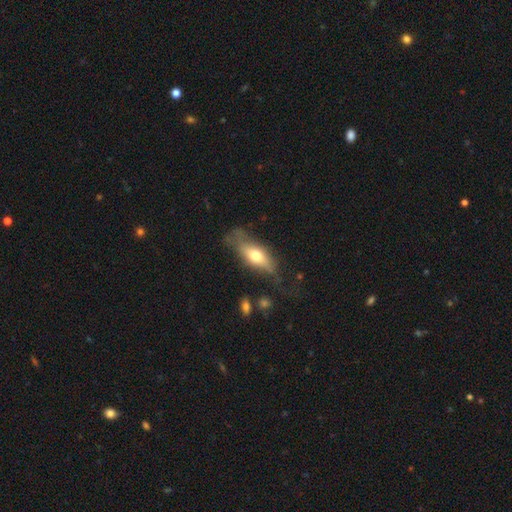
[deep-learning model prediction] This is possibly a smooth galaxy (55%). How rounded: likely in between (69%). Merging: possibly none (49%).